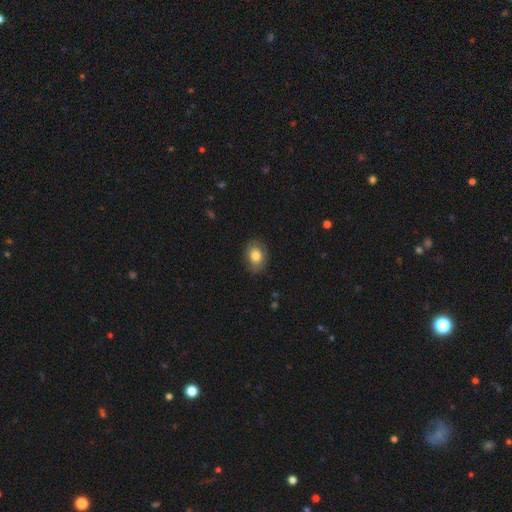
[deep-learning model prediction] Morphology: type=smooth (77%); roundness=in between (68%); merging=none (83%).